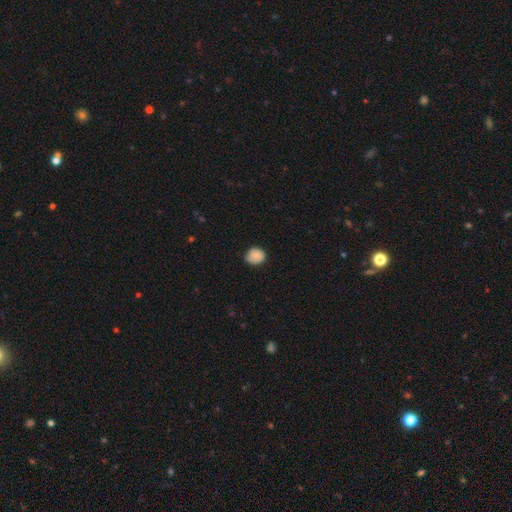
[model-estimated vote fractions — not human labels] This appears to be a smooth galaxy with no disk features (86%) that is round (75%). Merging: none (79%).